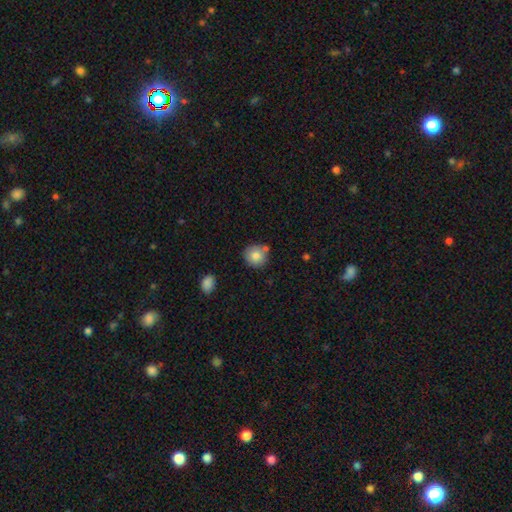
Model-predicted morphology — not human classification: Smooth or featured?
  - smooth: 81% *
  - featured or disk: 10%
  - star or artifact: 9%
How rounded?
  - round: 89% *
  - in between: 10%
  - cigar-shaped: 1%
Merging?
  - none: 75% *
  - minor disturbance: 12%
  - merger: 11%
  - major disturbance: 2%